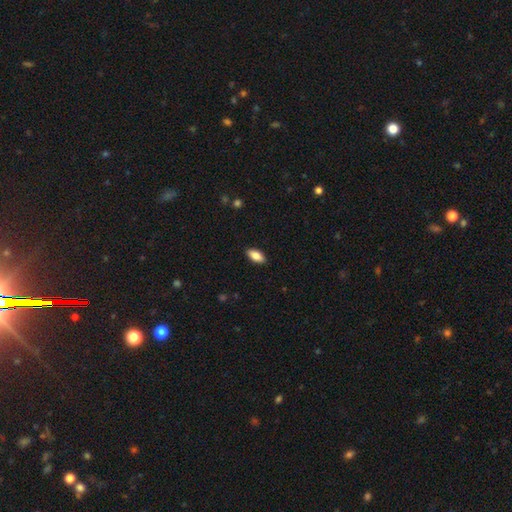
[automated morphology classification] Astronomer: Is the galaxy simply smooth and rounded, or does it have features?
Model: smooth — 83%.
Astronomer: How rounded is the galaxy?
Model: in between — 89%.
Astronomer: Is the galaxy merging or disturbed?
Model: none — 89%.